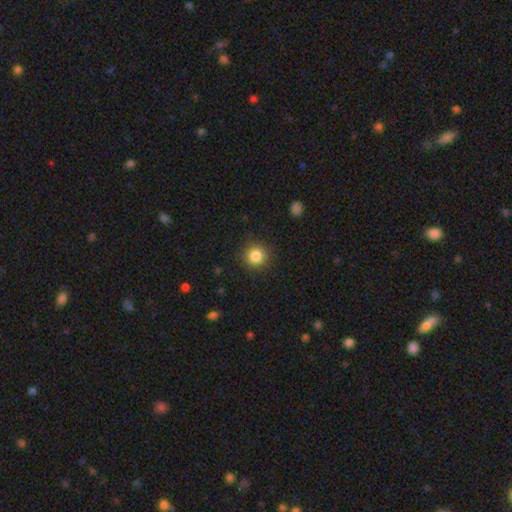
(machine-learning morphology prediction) Smooth or featured: smooth — 84% (star or artifact — 11%)
How rounded: round — 93% (in between — 6%)
Merging: none — 90% (minor disturbance — 7%)